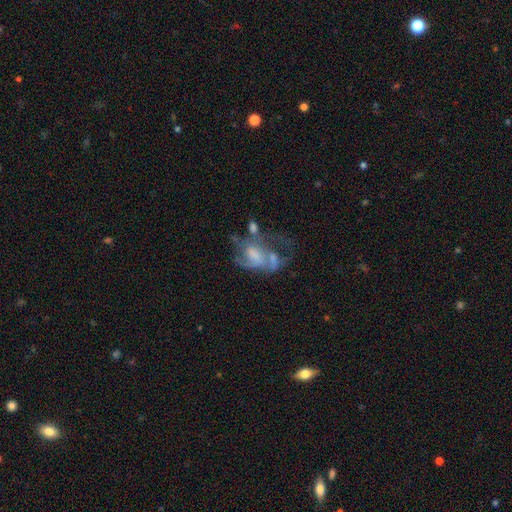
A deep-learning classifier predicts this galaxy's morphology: smooth_or_featured: featured or disk (p=0.66) [alt: smooth p=0.24]
disk_edge_on: no (p=0.97) [alt: yes p=0.03]
bar: no (p=0.56) [alt: weak p=0.33]
has_spiral_arms: yes (p=0.56) [alt: no p=0.44]
bulge_size: none (p=0.34) [alt: moderate p=0.30]
merging: major disturbance (p=0.38) [alt: merger p=0.30]